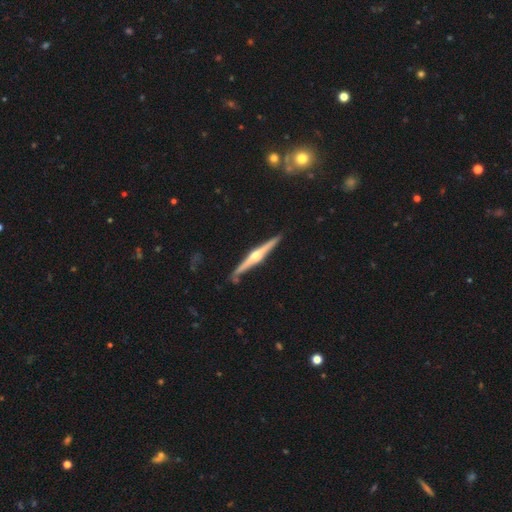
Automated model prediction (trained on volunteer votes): Smooth or featured? featured or disk (82%)
Edge-on disk? yes (98%)
Edge-on bulge? rounded (93%)
Merging? none (88%)